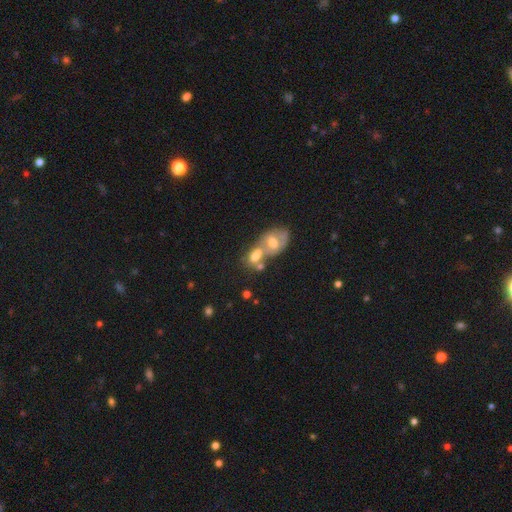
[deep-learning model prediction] A smooth galaxy with no disk features (54%) that is in between round and cigar-shaped (67%). Merging: merger (66%).